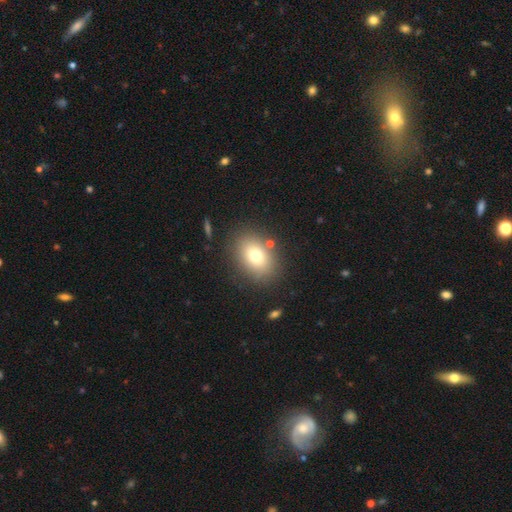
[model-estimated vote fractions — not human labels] This appears to be a smooth galaxy with no disk features (75%) that is in between round and cigar-shaped (68%). Merging: none (81%).